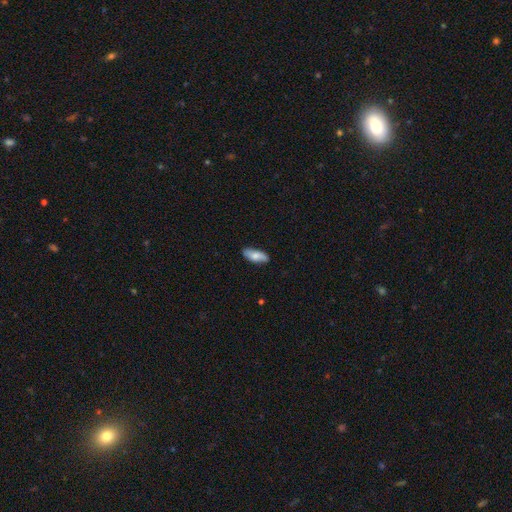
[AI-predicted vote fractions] Smooth or featured: smooth — 68% (featured or disk — 26%)
How rounded: in between — 77% (cigar-shaped — 21%)
Merging: none — 83% (minor disturbance — 13%)